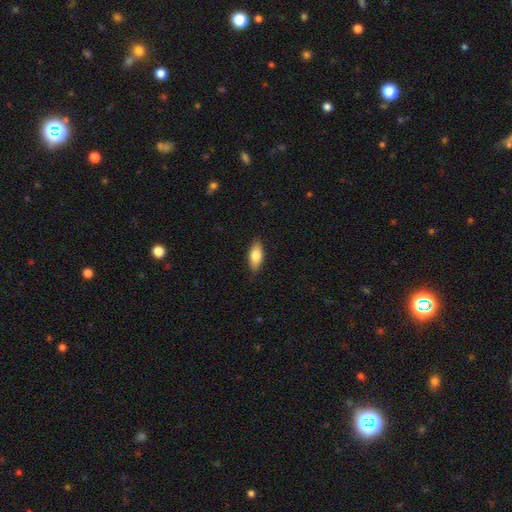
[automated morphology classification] smooth_or_featured: smooth (p=0.82) [alt: featured or disk p=0.12]
how_rounded: in between (p=0.84) [alt: cigar-shaped p=0.13]
merging: none (p=0.87) [alt: minor disturbance p=0.10]